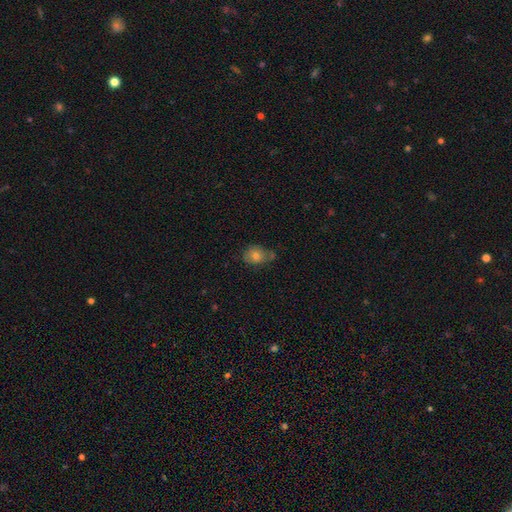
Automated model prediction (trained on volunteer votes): smooth-or-featured: smooth: 68% | featured or disk: 21% | star or artifact: 11%
  how-rounded: in between: 61% | round: 38% | cigar-shaped: 2%
  merging: none: 51% | minor disturbance: 31% | major disturbance: 10% | merger: 8%